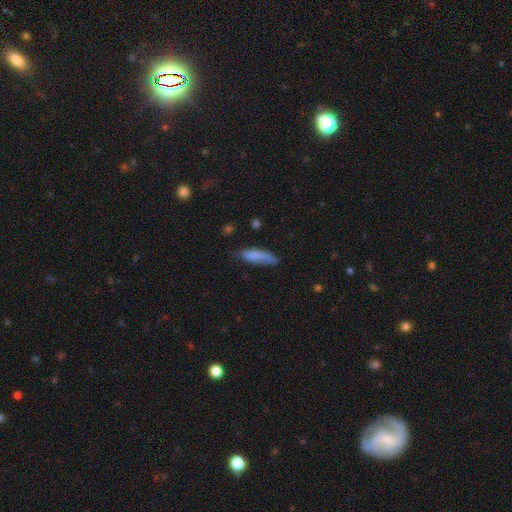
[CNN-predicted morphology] Overall: smooth (75%). How rounded: cigar-shaped (63%; in between 35%). Merging: none (52%; minor disturbance 32%).